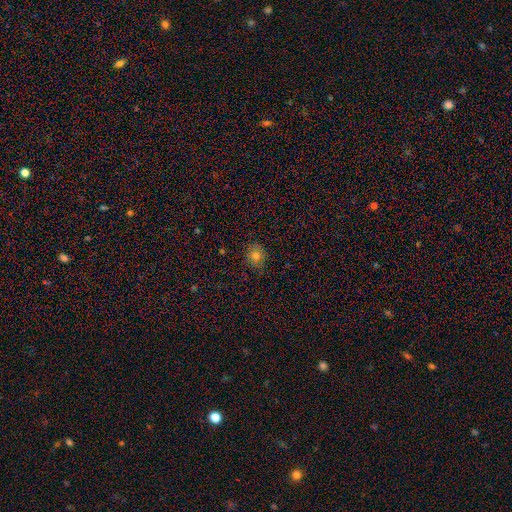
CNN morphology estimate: type=smooth (77%); roundness=round (72%); merging=none (83%).